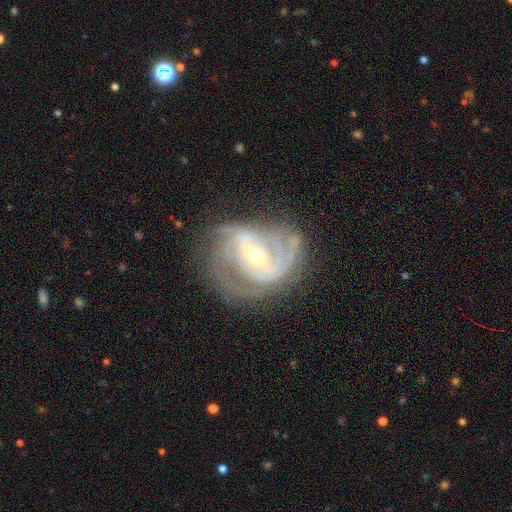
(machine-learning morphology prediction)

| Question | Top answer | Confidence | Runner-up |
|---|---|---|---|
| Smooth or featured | featured or disk | 87% | smooth (7%) |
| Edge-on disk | no | 97% | yes (3%) |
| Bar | weak | 45% | no (31%) |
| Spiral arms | yes | 94% | no (6%) |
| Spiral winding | tight | 56% | medium (35%) |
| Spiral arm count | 2 | 31% | can't tell (28%) |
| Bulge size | small | 51% | moderate (45%) |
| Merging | none | 60% | minor disturbance (23%) |